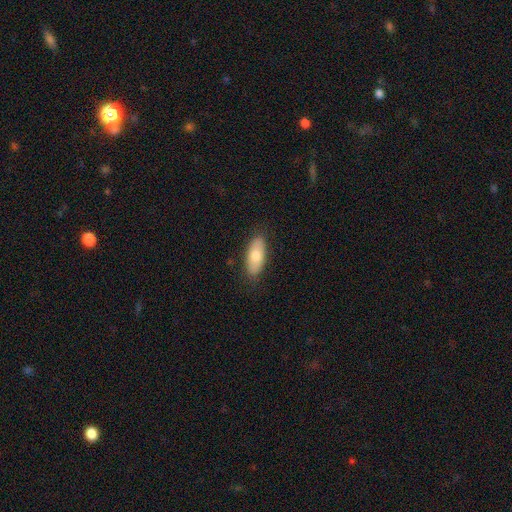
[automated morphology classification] Smooth or featured?
  - smooth: 74% *
  - featured or disk: 20%
  - star or artifact: 6%
How rounded?
  - in between: 86% *
  - cigar-shaped: 12%
  - round: 3%
Merging?
  - none: 85% *
  - minor disturbance: 12%
  - major disturbance: 2%
  - merger: 1%